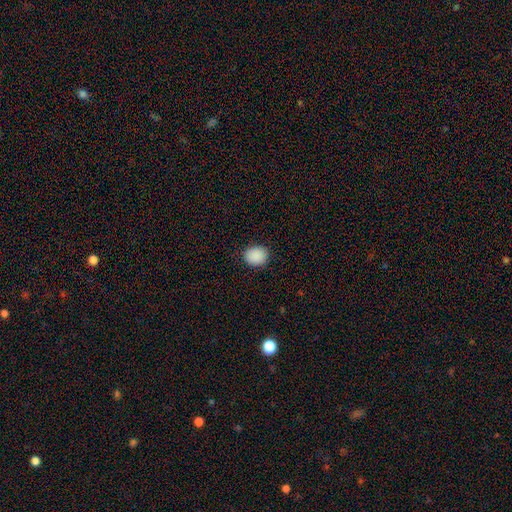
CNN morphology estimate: Smooth or featured? smooth (90%)
How rounded? round (63%)
Merging? none (88%)